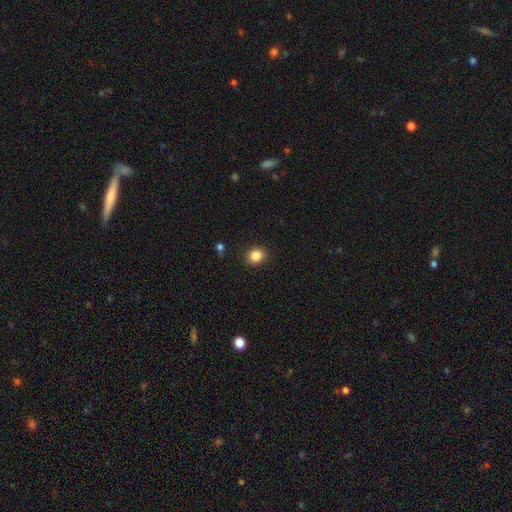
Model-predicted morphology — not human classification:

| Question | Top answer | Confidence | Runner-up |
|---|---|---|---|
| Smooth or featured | smooth | 86% | star or artifact (10%) |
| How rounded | round | 68% | in between (31%) |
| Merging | none | 90% | minor disturbance (7%) |